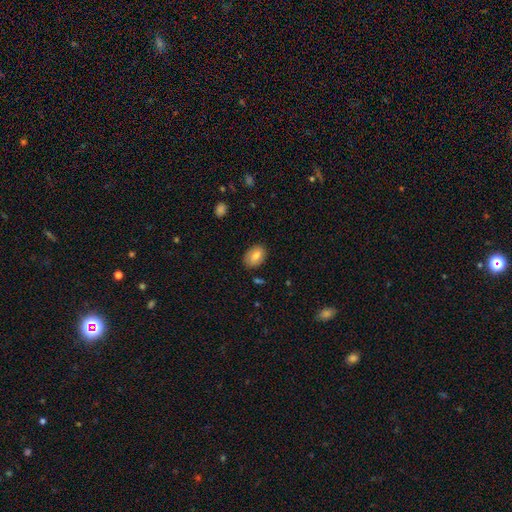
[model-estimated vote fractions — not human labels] The model was most divided on "smooth or featured": smooth: 78%, featured or disk: 14%, star or artifact: 7%. More confident: how rounded — in between (87%); merging — none (85%).